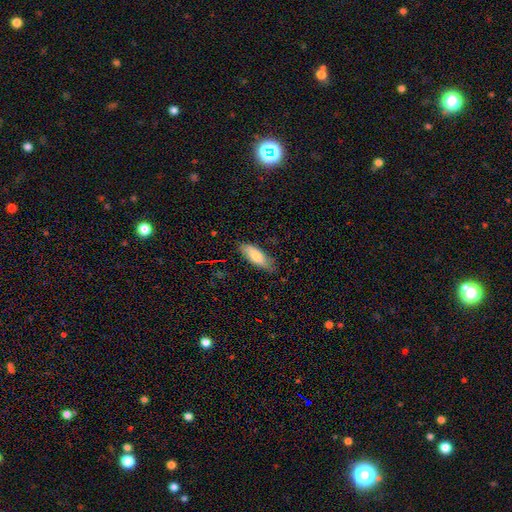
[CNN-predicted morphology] This is likely a smooth galaxy (79%). How rounded: likely in between (70%). Merging: likely none (73%).